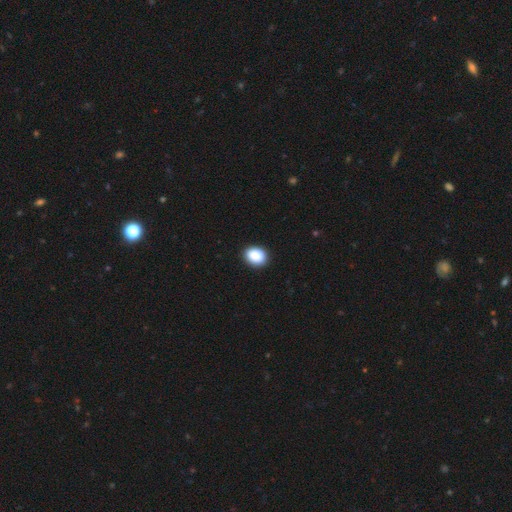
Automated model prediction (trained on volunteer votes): smooth_or_featured: smooth (p=0.89) [alt: star or artifact p=0.08]
how_rounded: in between (p=0.55) [alt: round p=0.44]
merging: none (p=0.89) [alt: minor disturbance p=0.08]